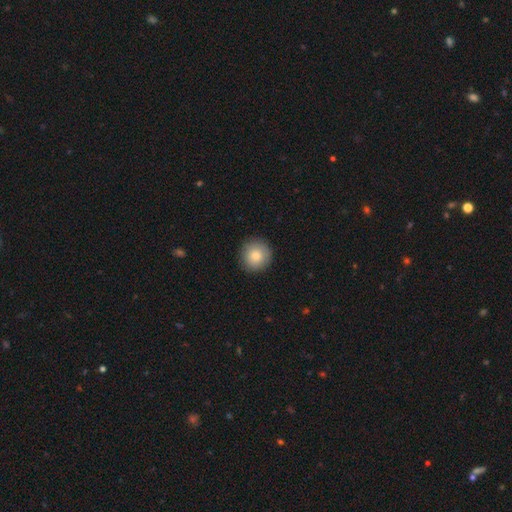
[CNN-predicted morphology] smooth 83%, featured or disk 9%, star or artifact 8%. Down the decision tree: how rounded — round (94%); merging — none (90%).